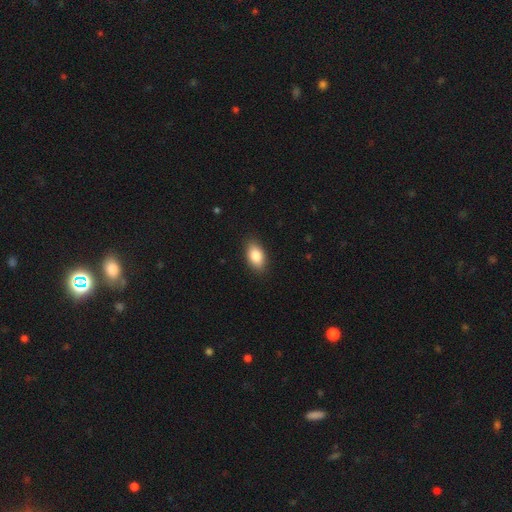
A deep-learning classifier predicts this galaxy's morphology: type=smooth (85%); roundness=in between (91%); merging=none (88%).